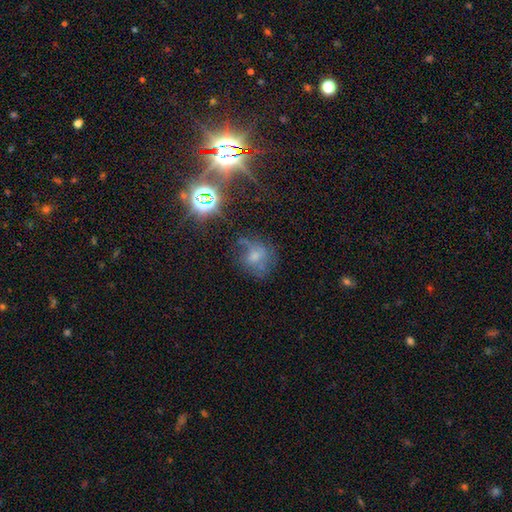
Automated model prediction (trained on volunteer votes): smooth-or-featured: featured or disk: 37% (tied) | smooth: 37% (tied) | star or artifact: 26%
  merging: none: 43% | major disturbance: 28% | minor disturbance: 25% | merger: 4%